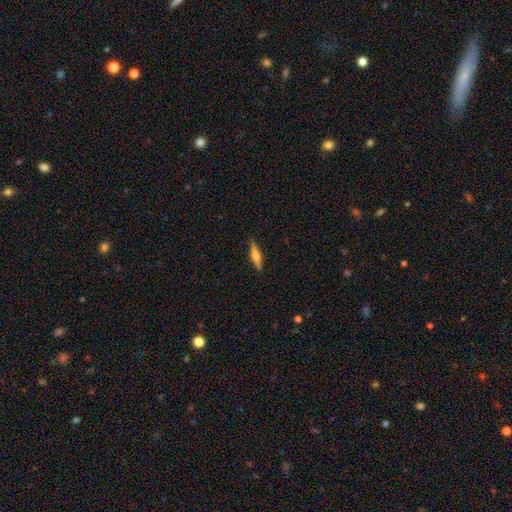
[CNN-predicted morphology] Smooth or featured? featured or disk (48%)
Merging? none (88%)